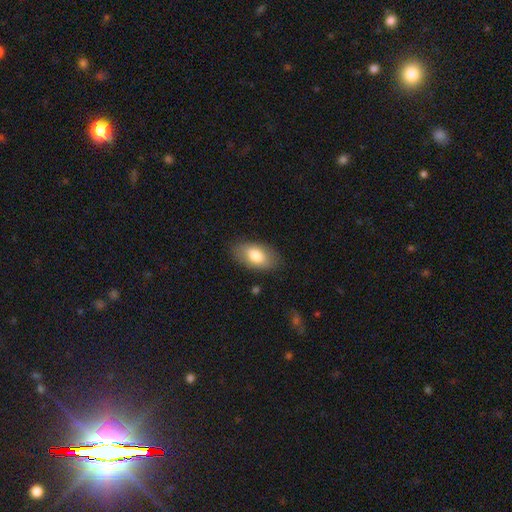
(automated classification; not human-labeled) Smooth or featured: smooth — 78% (featured or disk — 16%)
How rounded: in between — 93% (round — 5%)
Merging: none — 83% (minor disturbance — 12%)